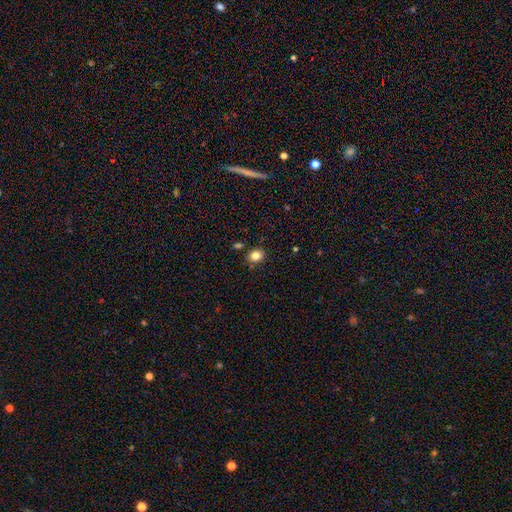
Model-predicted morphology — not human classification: Smooth or featured?
  - smooth: 83% *
  - star or artifact: 11%
  - featured or disk: 6%
How rounded?
  - round: 58% *
  - in between: 41%
  - cigar-shaped: 1%
Merging?
  - none: 84% *
  - minor disturbance: 9%
  - merger: 4%
  - major disturbance: 2%